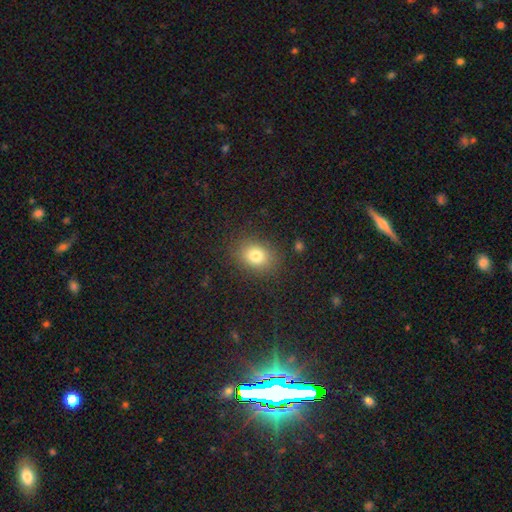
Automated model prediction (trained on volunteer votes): Overall: smooth (79%). How rounded: in between (50%; round 49%). Merging: none (85%).